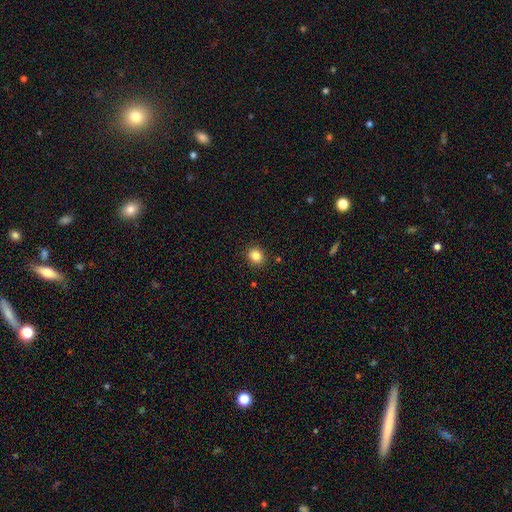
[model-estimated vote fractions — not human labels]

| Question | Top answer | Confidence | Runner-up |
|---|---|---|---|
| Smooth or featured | smooth | 84% | star or artifact (11%) |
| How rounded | round | 76% | in between (23%) |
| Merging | none | 90% | minor disturbance (7%) |